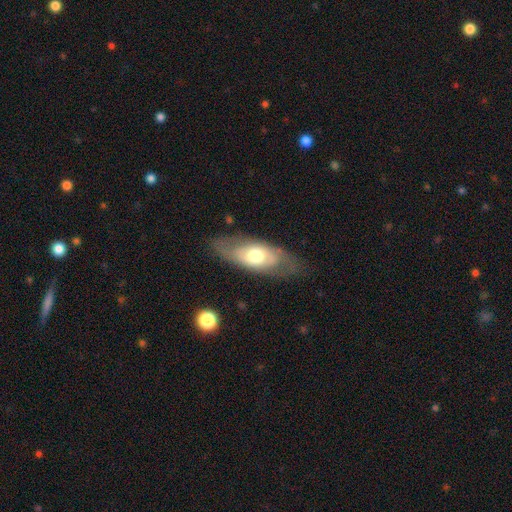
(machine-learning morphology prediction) smooth-or-featured: smooth: 47% (tied) | featured or disk: 47% (tied) | star or artifact: 6%
  merging: none: 74% | minor disturbance: 17% | major disturbance: 7% | merger: 1%